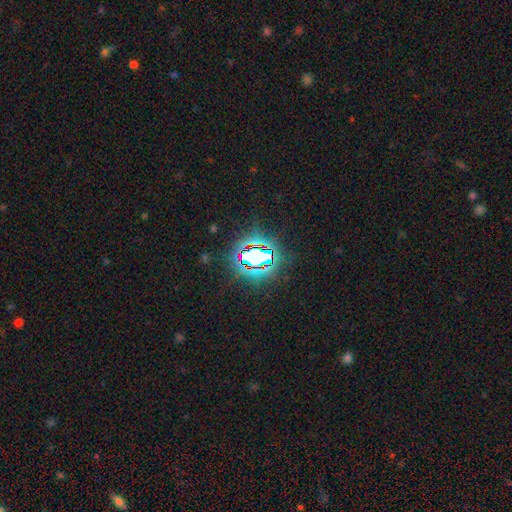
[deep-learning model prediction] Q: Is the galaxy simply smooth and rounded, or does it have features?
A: star or artifact — 72%.